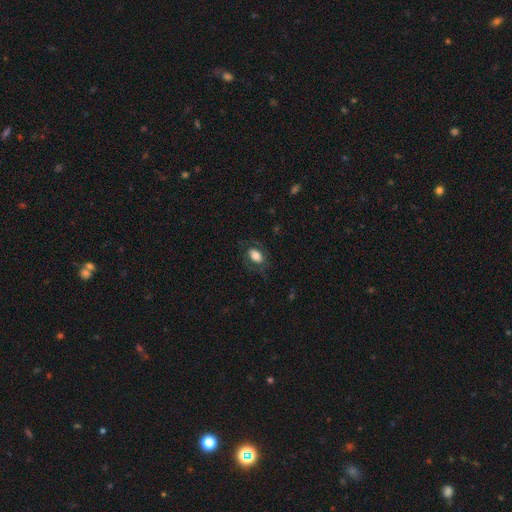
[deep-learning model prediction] Overall: smooth (70%). How rounded: in between (87%). Merging: none (69%).